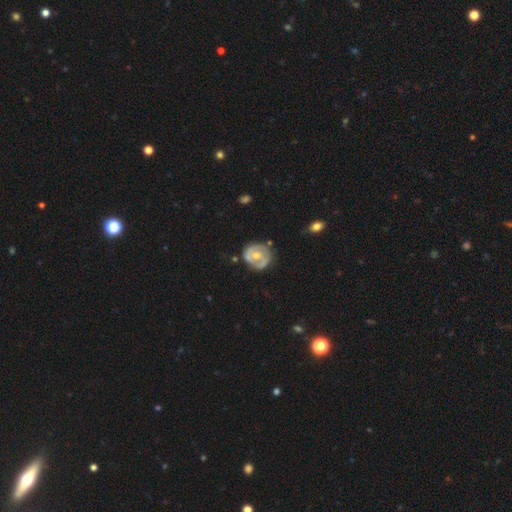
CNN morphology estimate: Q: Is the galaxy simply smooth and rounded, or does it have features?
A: featured or disk — 74%.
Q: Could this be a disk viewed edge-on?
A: no — 98%.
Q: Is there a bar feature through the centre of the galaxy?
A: no — 61%.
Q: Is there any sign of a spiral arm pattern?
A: yes — 81%.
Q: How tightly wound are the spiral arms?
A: tight — 54%.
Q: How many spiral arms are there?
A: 2 — 61%.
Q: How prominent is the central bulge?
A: moderate — 60%.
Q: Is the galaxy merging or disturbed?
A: none — 66%.